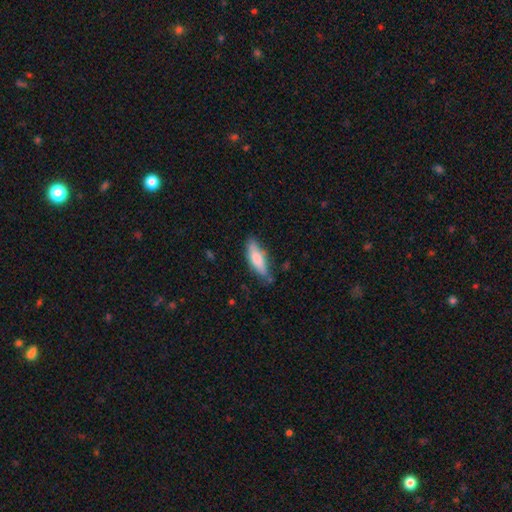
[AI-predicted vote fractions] This appears to be a smooth galaxy with no disk features (72%) that is cigar-shaped (54%). Merging: none (70%).